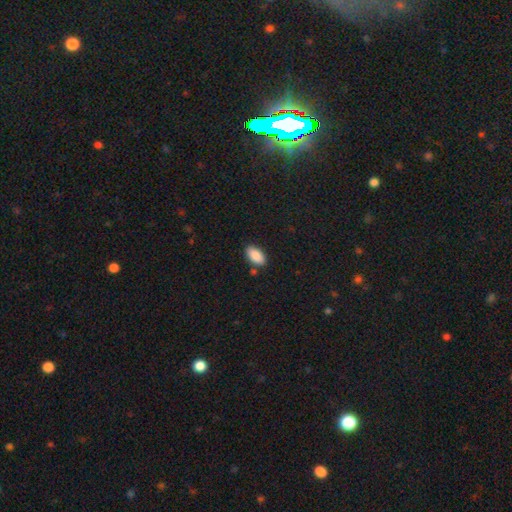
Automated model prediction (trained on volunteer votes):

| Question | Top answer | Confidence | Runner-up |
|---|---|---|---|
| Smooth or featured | smooth | 89% | star or artifact (7%) |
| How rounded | in between | 94% | cigar-shaped (4%) |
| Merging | none | 83% | minor disturbance (11%) |